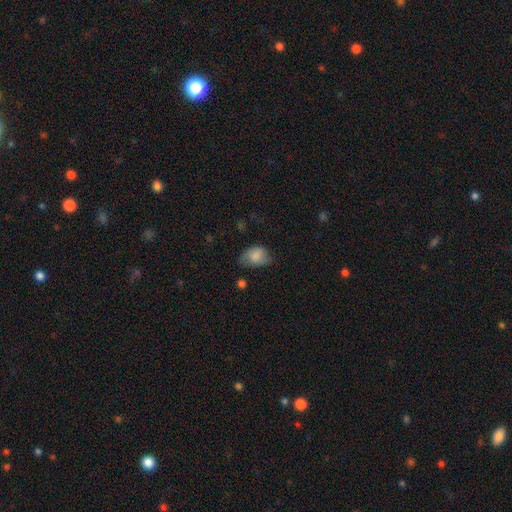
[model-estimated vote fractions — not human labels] Smooth or featured? Predicted: smooth (p=0.81). How rounded? Predicted: in between (p=0.81). Merging? Predicted: none (p=0.51).